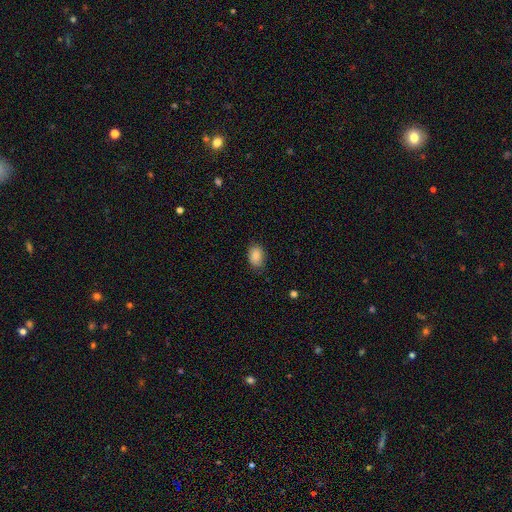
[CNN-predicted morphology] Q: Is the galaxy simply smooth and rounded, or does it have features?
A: smooth — 87%.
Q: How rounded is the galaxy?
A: in between — 81%.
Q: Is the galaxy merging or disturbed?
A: none — 81%.